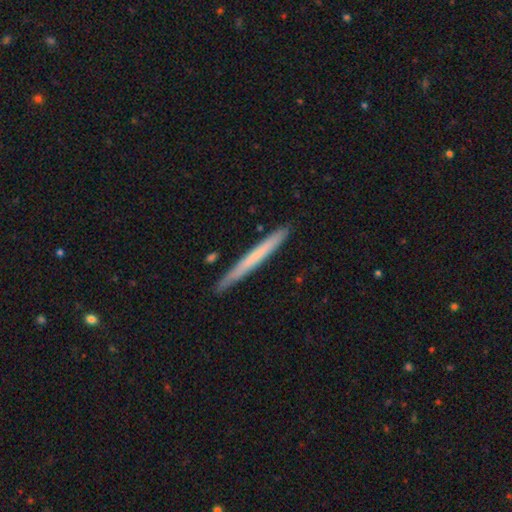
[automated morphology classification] This appears to be a smooth galaxy with no disk features (58%) that is cigar-shaped (97%). Merging: none (89%).